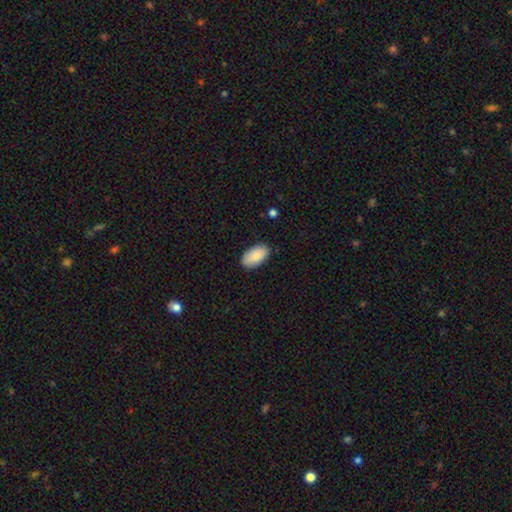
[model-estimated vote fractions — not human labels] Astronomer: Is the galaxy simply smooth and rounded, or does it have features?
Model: smooth — 85%.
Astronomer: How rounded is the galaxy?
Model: in between — 95%.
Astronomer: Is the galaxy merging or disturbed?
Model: none — 86%.